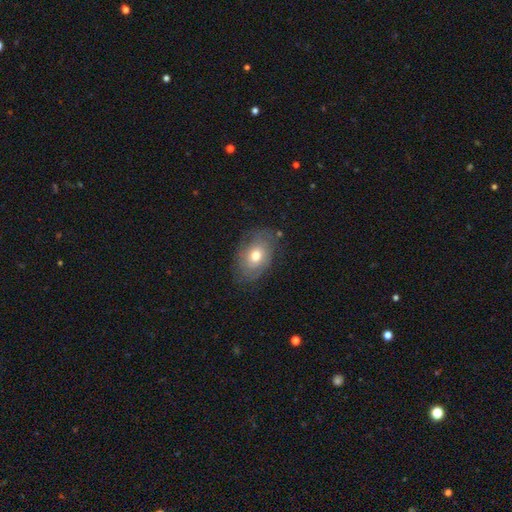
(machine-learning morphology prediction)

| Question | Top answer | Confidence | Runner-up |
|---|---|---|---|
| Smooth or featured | smooth | 47% | featured or disk (45%) |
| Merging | none | 71% | minor disturbance (20%) |